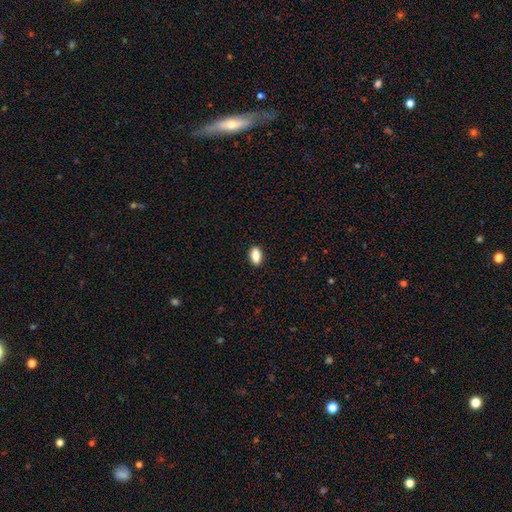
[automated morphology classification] Overall: smooth (82%). How rounded: in between (87%). Merging: none (90%).